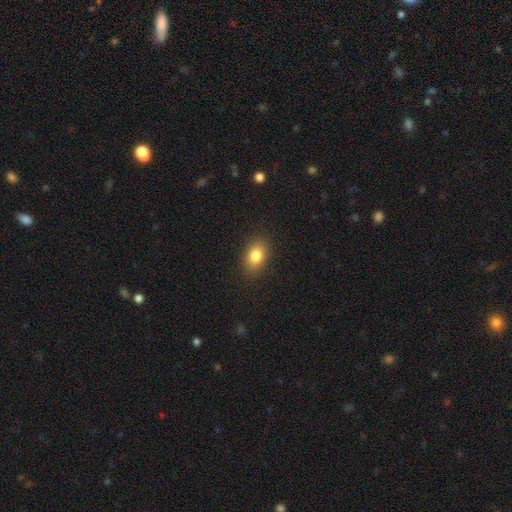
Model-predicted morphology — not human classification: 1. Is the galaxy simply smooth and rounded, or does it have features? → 83% smooth, 9% star or artifact, 8% featured or disk.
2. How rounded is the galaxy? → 84% in between, 14% round, 2% cigar-shaped.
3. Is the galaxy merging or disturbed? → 88% none, 9% minor disturbance, 3% major disturbance, 1% merger.